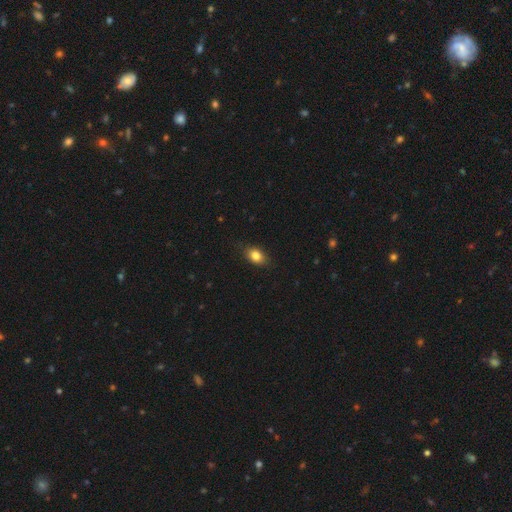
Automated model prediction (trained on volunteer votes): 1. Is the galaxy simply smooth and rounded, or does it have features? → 83% smooth, 9% star or artifact, 8% featured or disk.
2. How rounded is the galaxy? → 76% in between, 22% round, 2% cigar-shaped.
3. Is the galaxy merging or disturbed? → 82% none, 14% minor disturbance, 3% major disturbance, 1% merger.